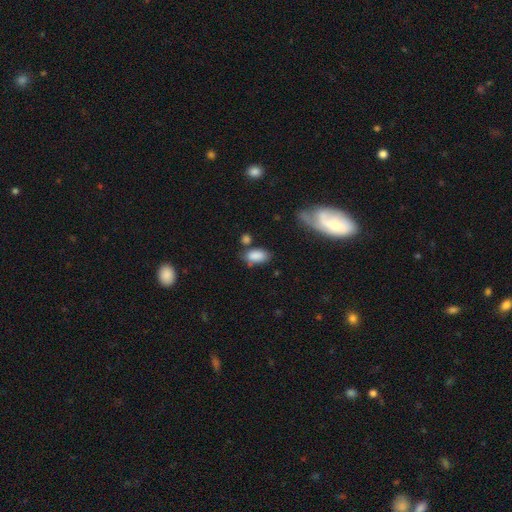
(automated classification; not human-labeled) Q: Smooth or featured?
A: smooth (84%); runner-up: star or artifact (8%)
Q: How rounded?
A: in between (92%); runner-up: round (5%)
Q: Merging?
A: none (60%); runner-up: minor disturbance (22%)